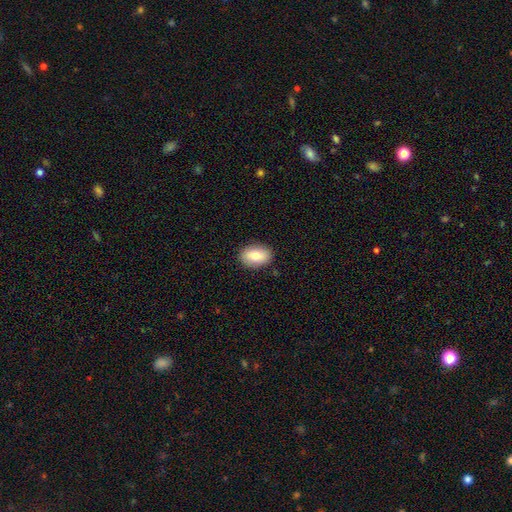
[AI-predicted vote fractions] Smooth or featured? smooth (78%)
How rounded? in between (83%)
Merging? none (88%)